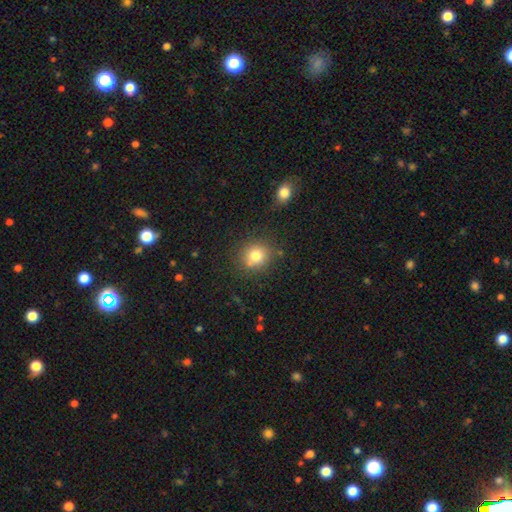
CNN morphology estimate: A smooth galaxy with no disk features (78%) that is round (84%).

Vote fractions:
- Smooth or featured? smooth: 78% / star or artifact: 13% / featured or disk: 10%
- How rounded? round: 84% / in between: 15% / cigar-shaped: 1%
- Merging? none: 76% / minor disturbance: 12% / merger: 9% / major disturbance: 4%